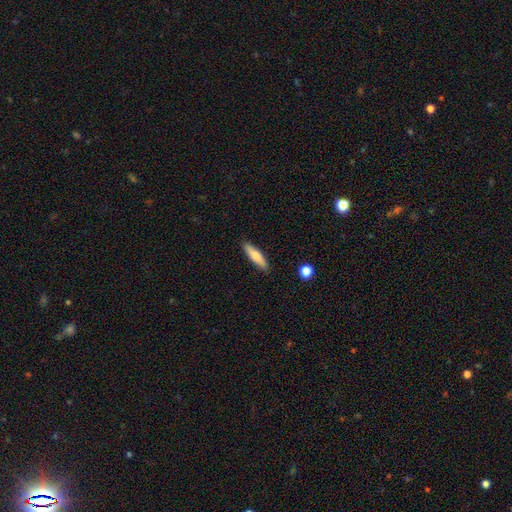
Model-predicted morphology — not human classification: smooth 73%, featured or disk 21%, star or artifact 6%. Down the decision tree: how rounded — cigar-shaped (75%); merging — none (89%).